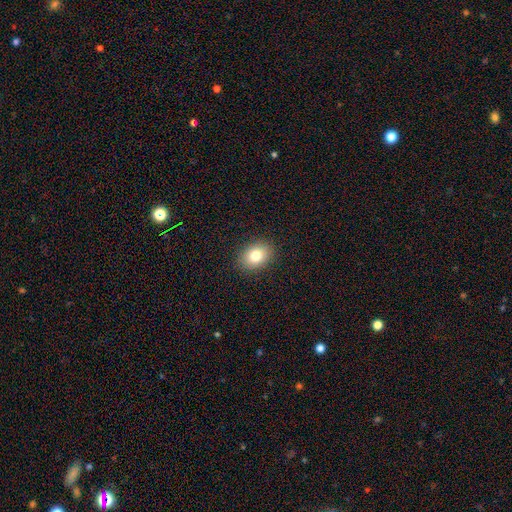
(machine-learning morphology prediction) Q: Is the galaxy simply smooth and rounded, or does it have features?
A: smooth — 80%.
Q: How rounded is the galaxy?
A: in between — 67%.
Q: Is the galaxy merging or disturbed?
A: none — 89%.